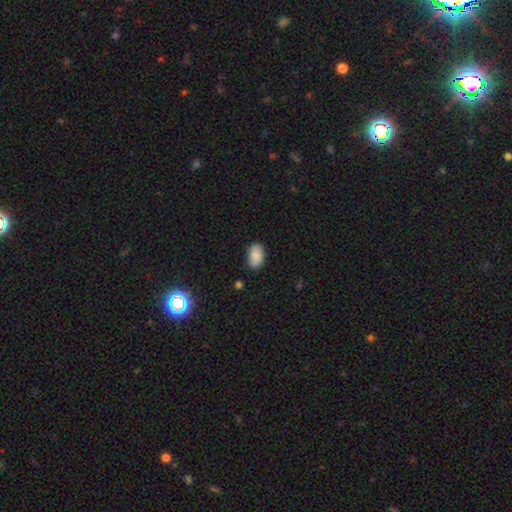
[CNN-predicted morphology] Smooth or featured? smooth (82%)
How rounded? in between (92%)
Merging? none (80%)